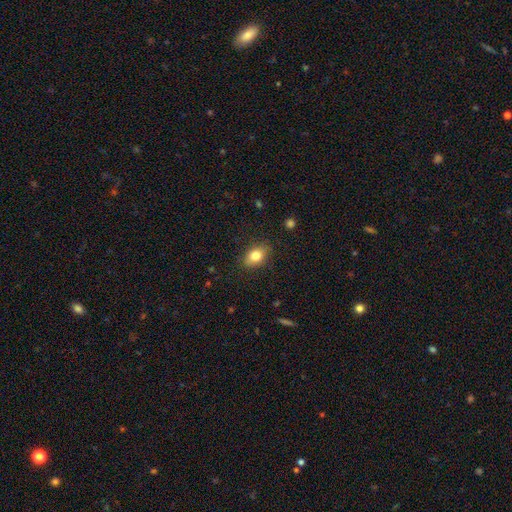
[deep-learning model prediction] The model was most divided on "how rounded": in between: 79%, round: 19%, cigar-shaped: 2%. More confident: merging — none (85%); smooth or featured — smooth (80%).